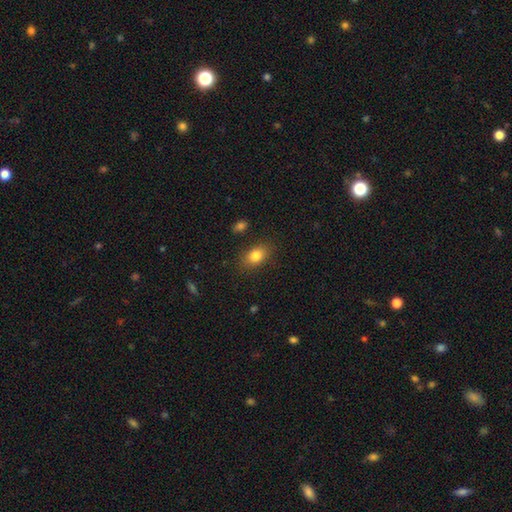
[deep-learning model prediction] This appears to be a smooth galaxy with no disk features (82%) that is in between round and cigar-shaped (80%). Merging: none (83%).